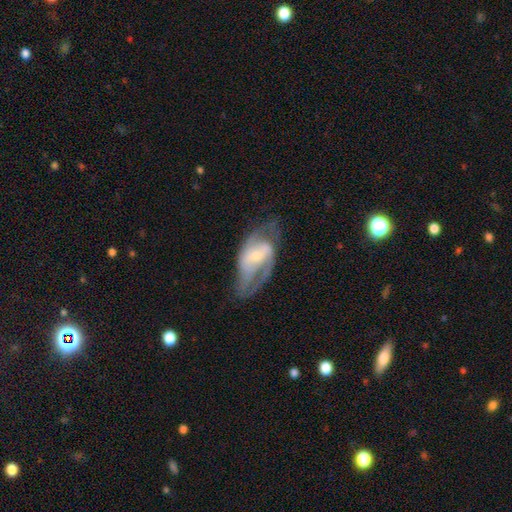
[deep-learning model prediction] featured or disk 80%, smooth 14%, star or artifact 6%. Down the decision tree: edge-on disk — no (95%); bar — weak (41%); spiral arms — yes (89%); spiral arm count — 2 (76%); spiral winding — medium (50%); bulge size — small (53%); merging — none (58%).